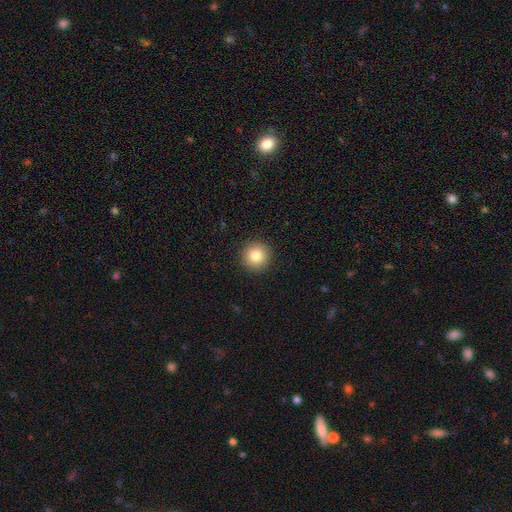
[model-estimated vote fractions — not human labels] The model was most divided on "smooth or featured": smooth: 82%, star or artifact: 10%, featured or disk: 7%. More confident: how rounded — round (95%); merging — none (92%).